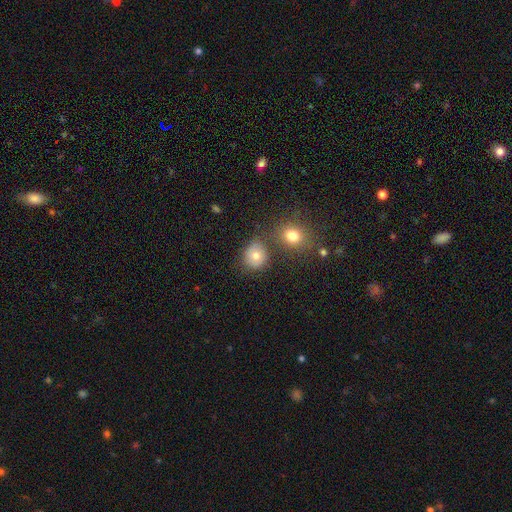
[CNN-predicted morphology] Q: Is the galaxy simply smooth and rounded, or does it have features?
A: smooth — 77%.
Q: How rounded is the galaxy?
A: round — 81%.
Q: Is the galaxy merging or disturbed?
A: none — 72%.